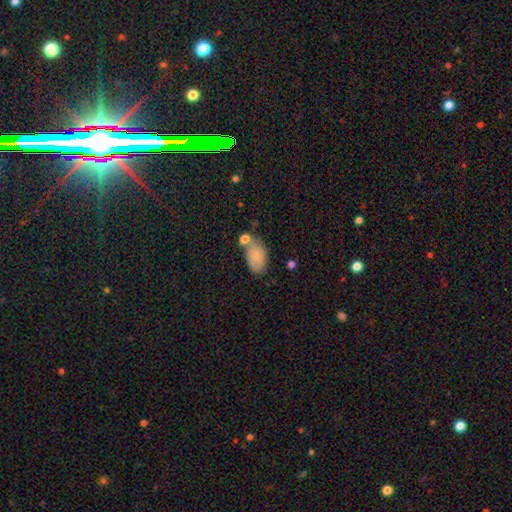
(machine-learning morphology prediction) type=smooth (80%); roundness=in between (93%); merging=none (52%).